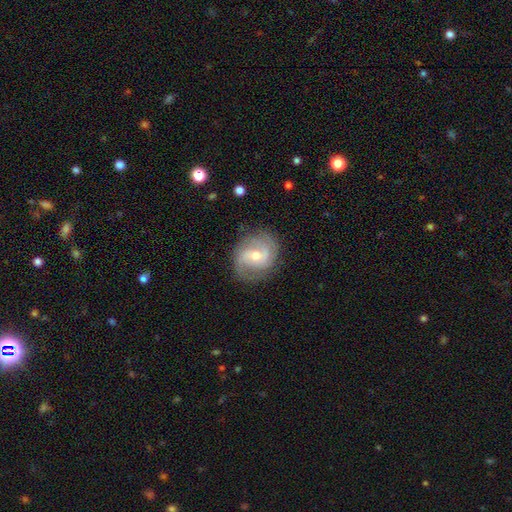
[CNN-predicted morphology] The model was most divided on "bulge size": moderate: 50%, small: 46%, large: 2%, none: 1%, dominant: 1%. Remaining: edge-on disk — no (97%); spiral arms — yes (91%); merging — none (78%); smooth or featured — featured or disk (77%); spiral arm count — 2 (70%); bar — weak (45%); spiral winding — medium (45%).